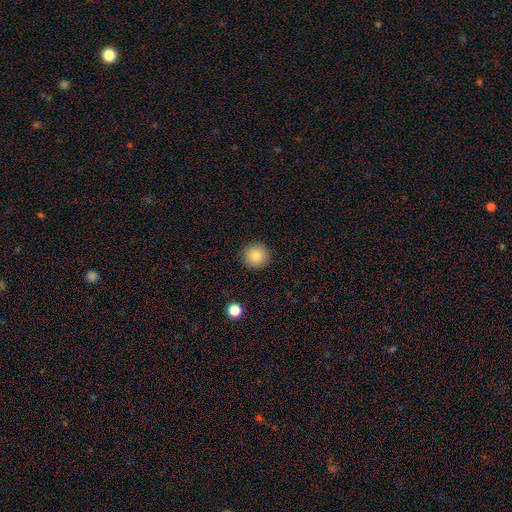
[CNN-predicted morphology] Smooth or featured? smooth (86%)
How rounded? round (95%)
Merging? none (92%)